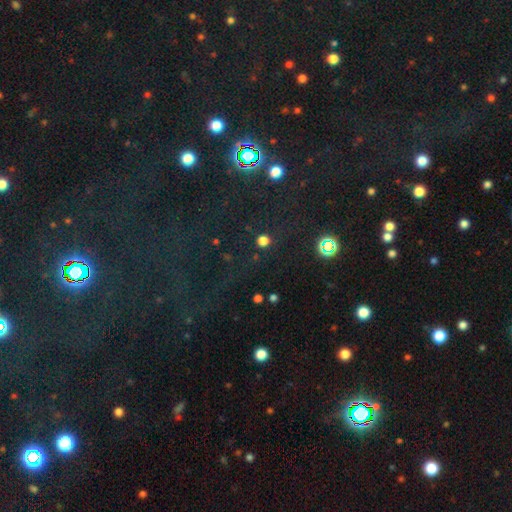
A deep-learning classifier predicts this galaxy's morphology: Overall: star or artifact (75%).